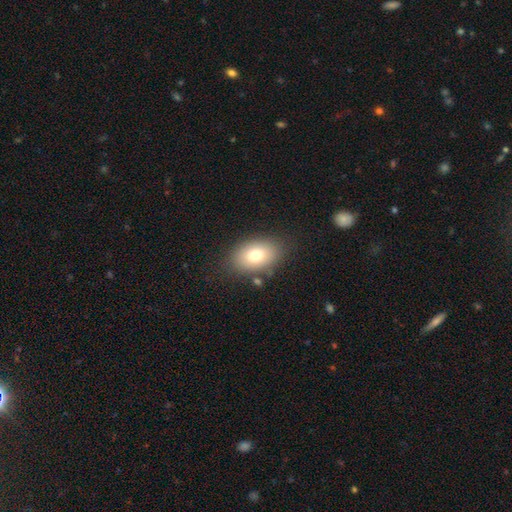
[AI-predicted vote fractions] This appears to be a smooth galaxy with no disk features (76%) that is in between round and cigar-shaped (85%). Merging: none (79%).